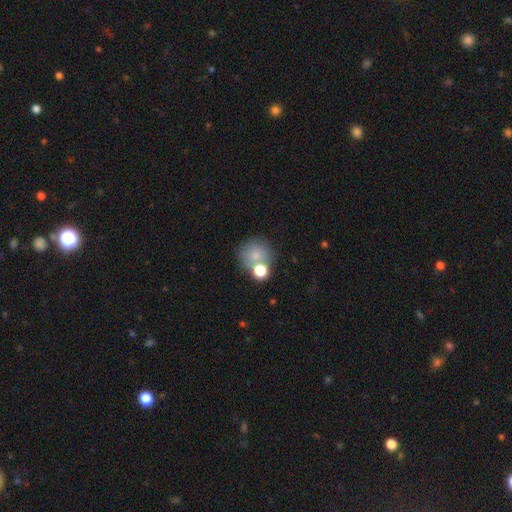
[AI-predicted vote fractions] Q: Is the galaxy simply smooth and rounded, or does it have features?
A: smooth — 76%.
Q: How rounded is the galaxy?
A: round — 83%.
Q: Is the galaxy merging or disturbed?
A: none — 53%.